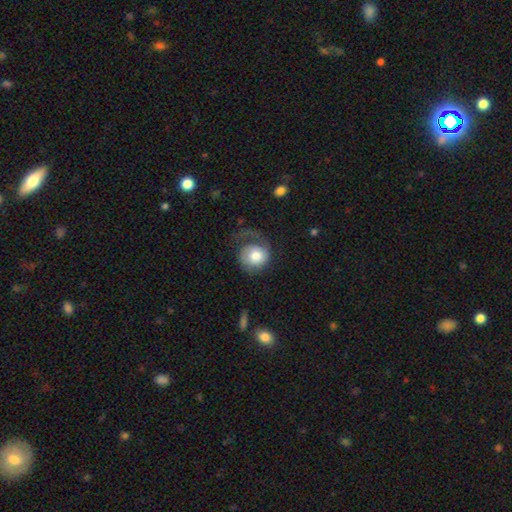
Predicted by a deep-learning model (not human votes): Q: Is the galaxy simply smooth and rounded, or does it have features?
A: smooth — 48%.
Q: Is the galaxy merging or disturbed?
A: none — 40%.